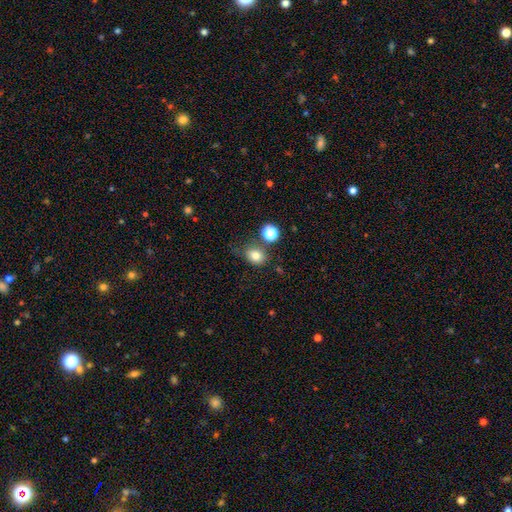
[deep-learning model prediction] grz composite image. It shows a smooth galaxy with no disk features (79%) that is round (63%). Merging: none (69%).